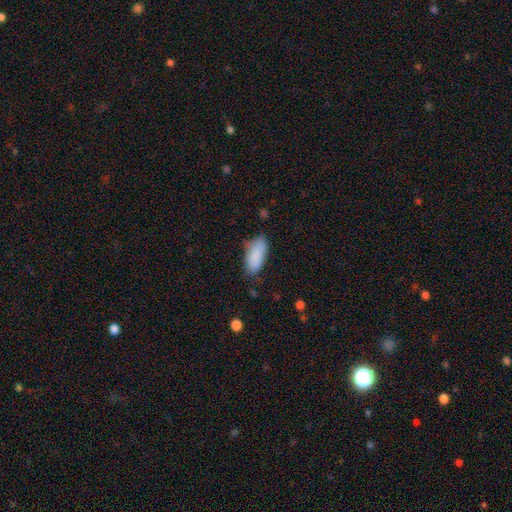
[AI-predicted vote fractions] smooth_or_featured: smooth (p=0.88) [alt: star or artifact p=0.06]
how_rounded: in between (p=0.89) [alt: cigar-shaped p=0.09]
merging: none (p=0.69) [alt: minor disturbance p=0.24]